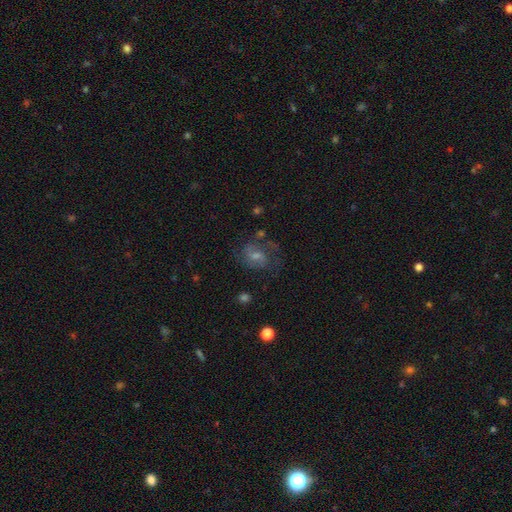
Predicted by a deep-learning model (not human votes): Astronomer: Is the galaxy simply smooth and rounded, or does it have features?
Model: featured or disk — 66%.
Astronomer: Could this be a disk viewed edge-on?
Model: no — 97%.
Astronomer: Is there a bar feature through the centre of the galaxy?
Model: weak — 47% (runner-up: no, 42%).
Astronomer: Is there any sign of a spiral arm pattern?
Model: yes — 89%.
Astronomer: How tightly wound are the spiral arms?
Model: medium — 52% (runner-up: tight, 30%).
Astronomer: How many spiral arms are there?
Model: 2 — 70%.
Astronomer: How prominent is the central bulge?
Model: small — 44% (runner-up: moderate, 42%).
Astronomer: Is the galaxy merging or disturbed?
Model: none — 67%.